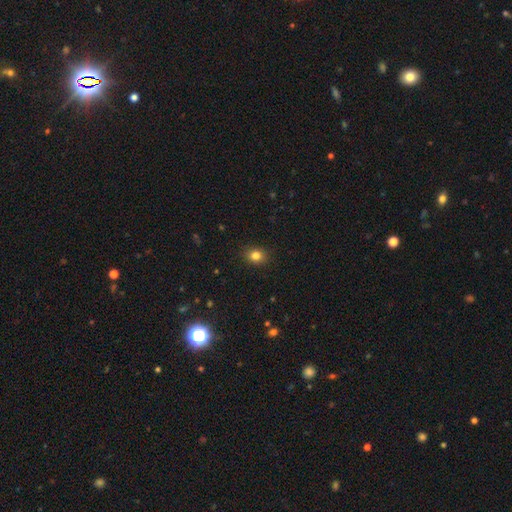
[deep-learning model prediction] Morphology: type=smooth (82%); roundness=round (59%); merging=none (89%).